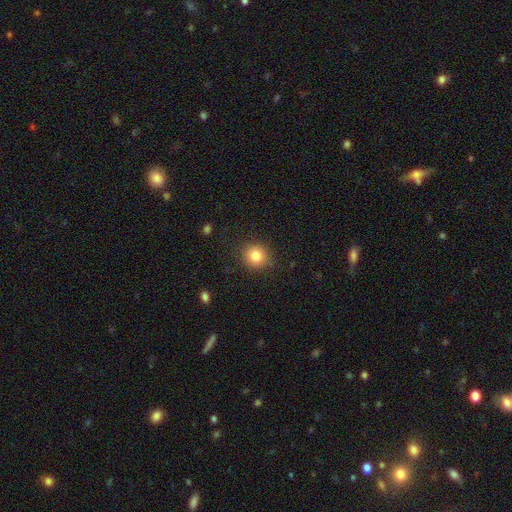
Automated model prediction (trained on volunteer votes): smooth-or-featured: smooth: 83% | star or artifact: 11% | featured or disk: 6%
  how-rounded: round: 88% | in between: 11% | cigar-shaped: 1%
  merging: none: 88% | minor disturbance: 8% | major disturbance: 3% | merger: 1%